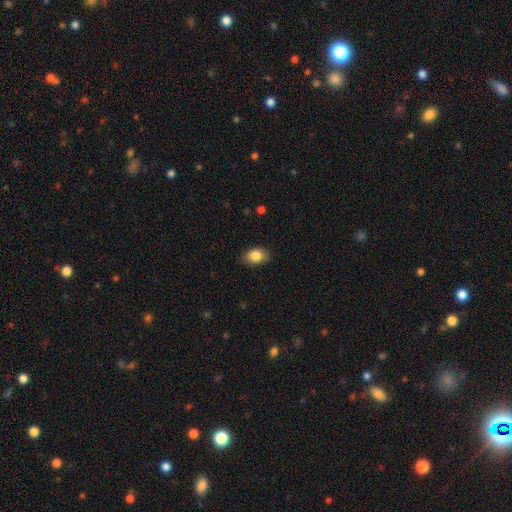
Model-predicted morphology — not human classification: A smooth galaxy with no disk features (85%) that is in between round and cigar-shaped (75%).

Vote fractions:
- Smooth or featured? smooth: 85% / star or artifact: 8% / featured or disk: 7%
- How rounded? in between: 75% / round: 24% / cigar-shaped: 1%
- Merging? none: 81% / minor disturbance: 16% / major disturbance: 3% / merger: 1%